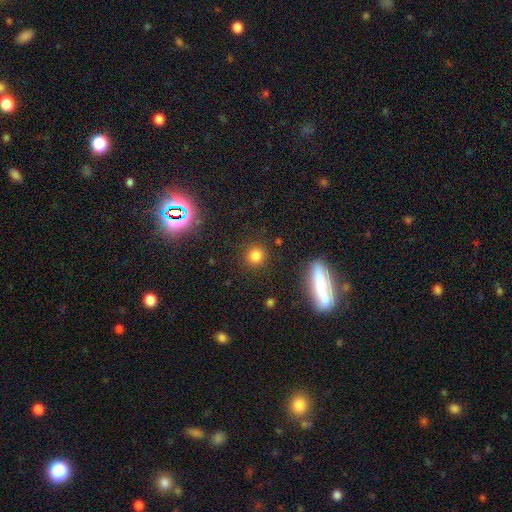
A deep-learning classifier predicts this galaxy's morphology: Overall: smooth (79%). How rounded: round (90%). Merging: none (89%).